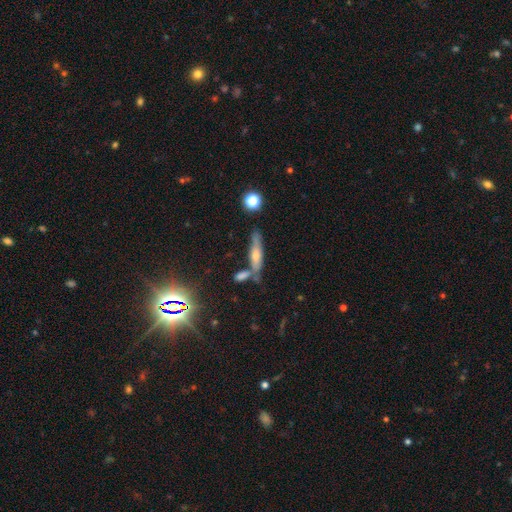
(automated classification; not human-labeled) Overall: featured or disk (45%; smooth 38%). Merging: none (65%).